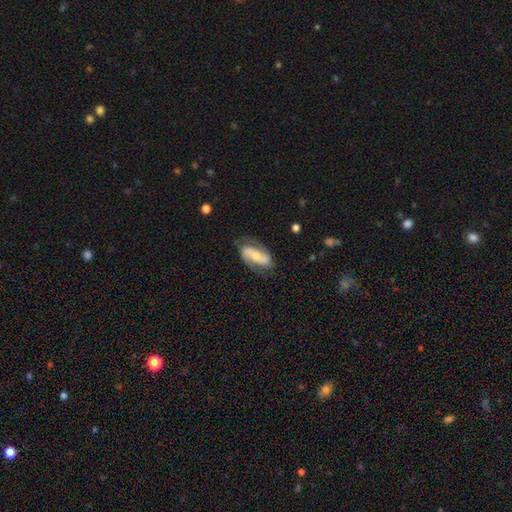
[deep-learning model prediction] Smooth or featured: featured or disk — 72% (smooth — 22%)
Edge-on disk: no — 94% (yes — 6%)
Bar: no — 38% (strong — 32%)
Spiral arms: yes — 91% (no — 9%)
Spiral winding: loose — 42% (medium — 39%)
Spiral arm count: 2 — 90% (can't tell — 5%)
Bulge size: small — 46% (moderate — 45%)
Merging: none — 74% (minor disturbance — 18%)